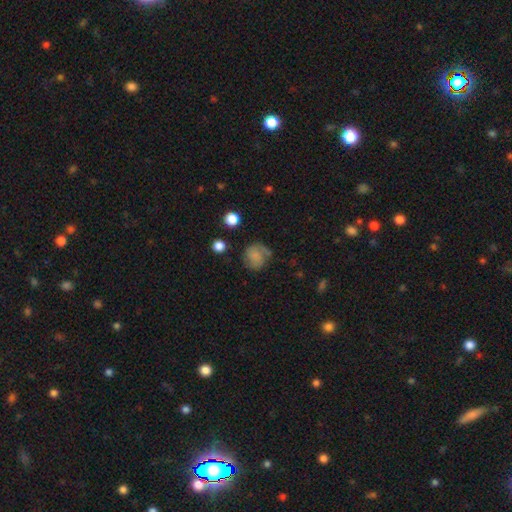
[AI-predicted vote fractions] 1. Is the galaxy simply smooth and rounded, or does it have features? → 67% smooth, 22% featured or disk, 11% star or artifact.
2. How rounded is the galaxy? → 79% round, 20% in between, 1% cigar-shaped.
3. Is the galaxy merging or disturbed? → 61% none, 24% minor disturbance, 11% major disturbance, 4% merger.